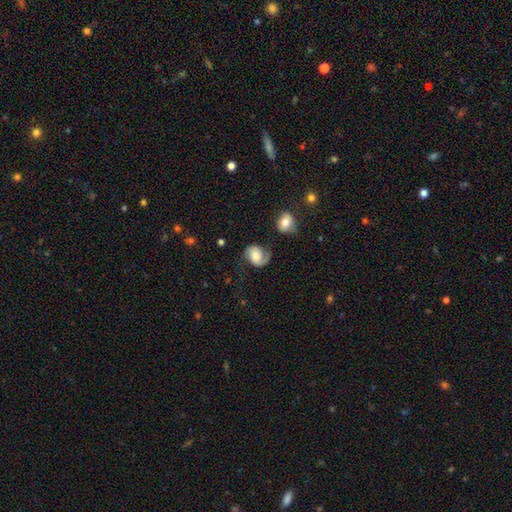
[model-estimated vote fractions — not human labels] This is likely a featured or disk galaxy (63%). It is clearly not viewed edge-on (98%). Bar: possibly no (58%). Spiral arm pattern: clearly yes (92%). Spiral arm count: likely 2 (72%). Spiral winding: possibly medium (45%). Central bulge: marginally large (34%). Merging: possibly none (54%).